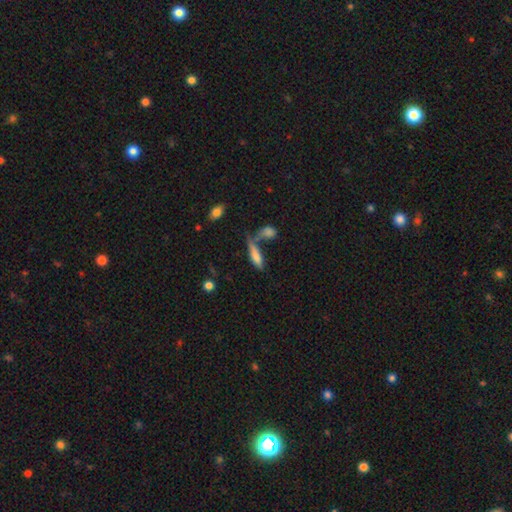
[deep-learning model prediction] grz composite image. It shows a smooth galaxy with no disk features (76%) that is cigar-shaped (51%). Merging: merger (43%).